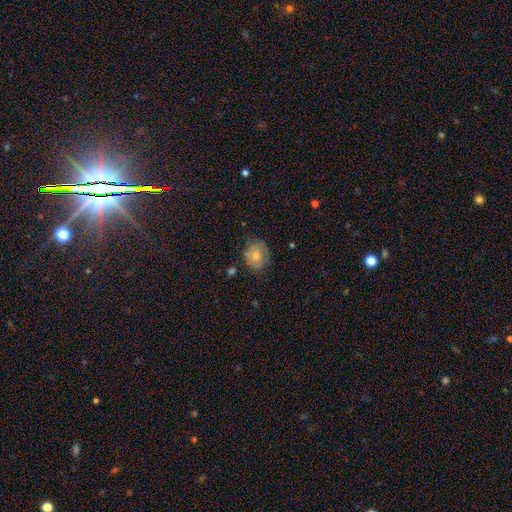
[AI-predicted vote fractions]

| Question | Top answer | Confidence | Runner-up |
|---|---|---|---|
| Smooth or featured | smooth | 47% | featured or disk (36%) |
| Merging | none | 73% | minor disturbance (19%) |